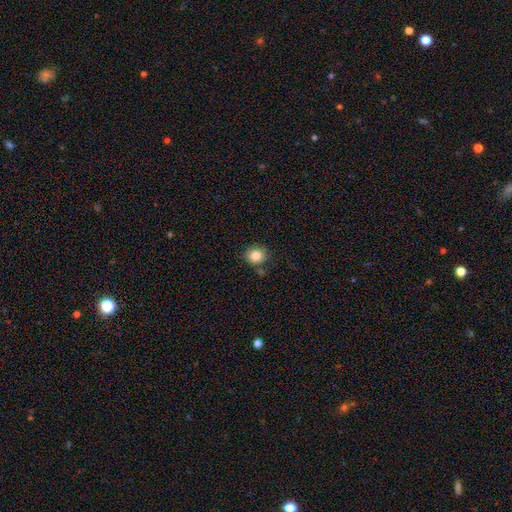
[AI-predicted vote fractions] Smooth or featured? Predicted: smooth (p=0.83). How rounded? Predicted: round (p=0.82). Merging? Predicted: none (p=0.77).